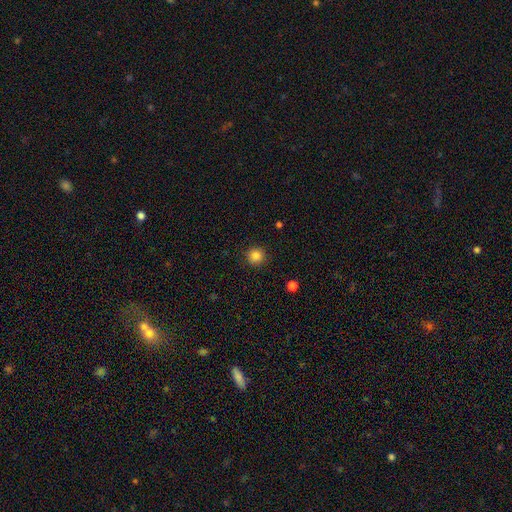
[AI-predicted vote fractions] A smooth galaxy with no disk features (85%) that is round (94%). Merging: none (90%).